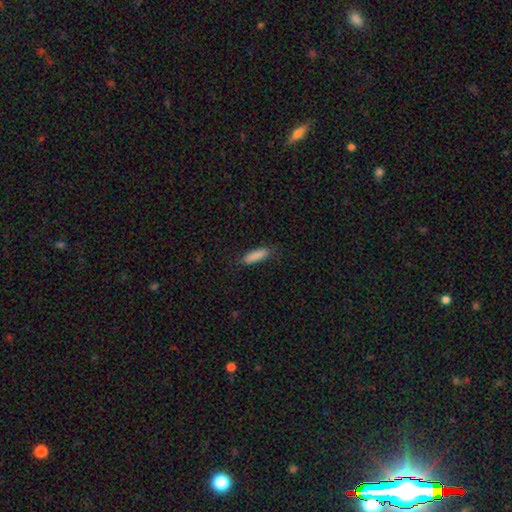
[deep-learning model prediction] This is clearly a smooth galaxy (88%). How rounded: possibly cigar-shaped (58%). Merging: clearly none (82%).